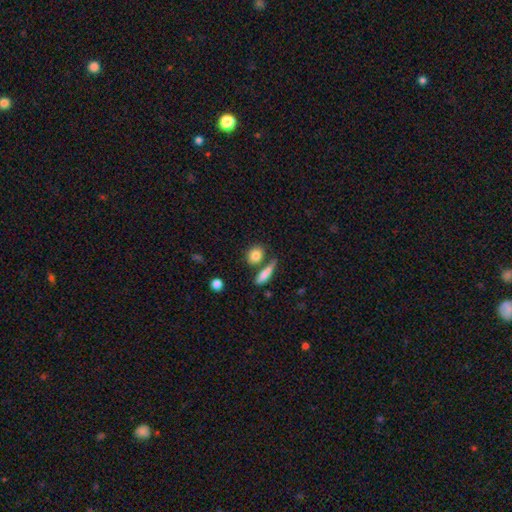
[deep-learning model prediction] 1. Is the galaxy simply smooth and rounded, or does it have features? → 83% smooth, 9% featured or disk, 8% star or artifact.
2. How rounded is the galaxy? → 46% round (tied), 46% in between (tied), 8% cigar-shaped.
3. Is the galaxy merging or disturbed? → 66% none, 19% merger, 11% minor disturbance, 4% major disturbance.